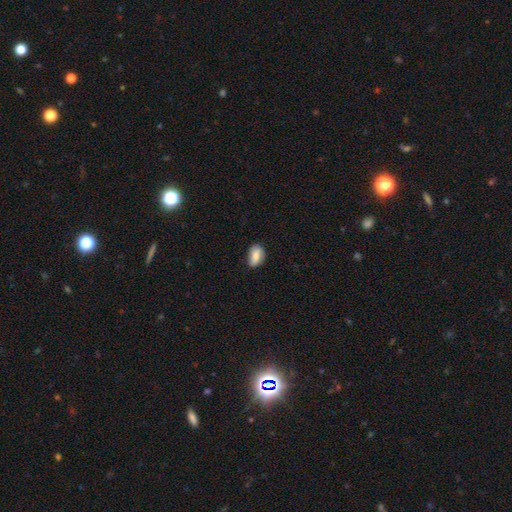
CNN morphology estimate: smooth-or-featured: smooth: 79% | featured or disk: 13% | star or artifact: 8%
  how-rounded: in between: 87% | round: 10% | cigar-shaped: 3%
  merging: none: 63% | minor disturbance: 29% | major disturbance: 6% | merger: 2%